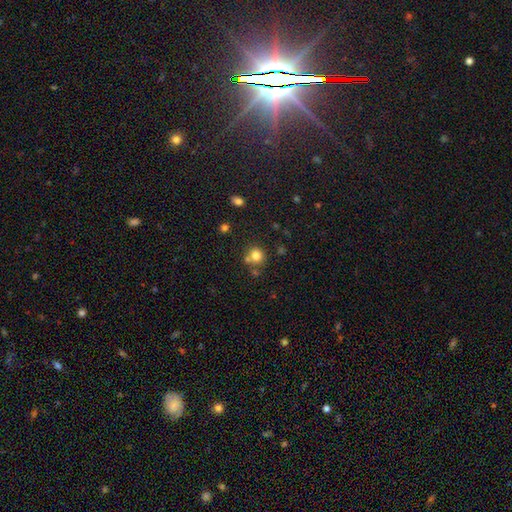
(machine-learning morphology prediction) Q: Smooth or featured?
A: smooth (78%); runner-up: star or artifact (13%)
Q: How rounded?
A: round (89%); runner-up: in between (10%)
Q: Merging?
A: none (65%); runner-up: merger (22%)